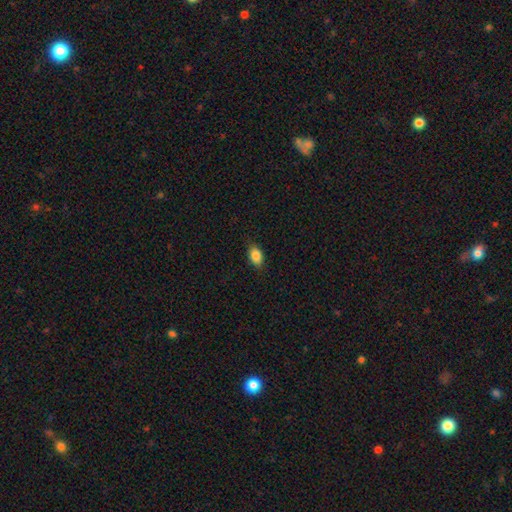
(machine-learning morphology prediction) Overall: smooth (86%). How rounded: in between (86%). Merging: none (86%).